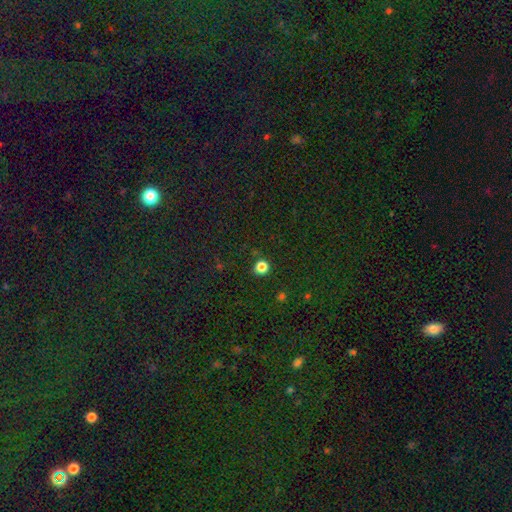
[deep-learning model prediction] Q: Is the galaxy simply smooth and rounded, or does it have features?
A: star or artifact — 72%.